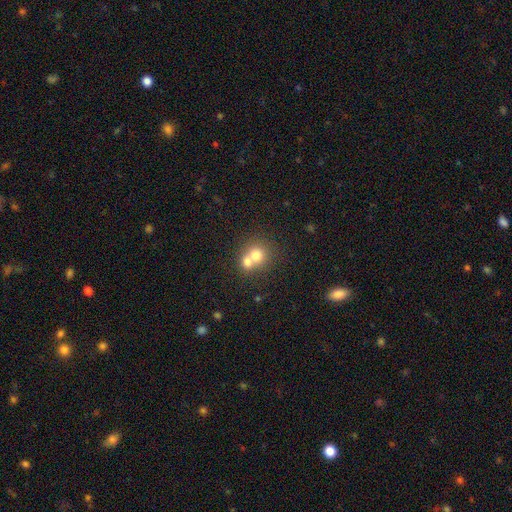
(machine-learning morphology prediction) Smooth or featured? Predicted: smooth (p=0.71). How rounded? Predicted: round (p=0.80). Merging? Predicted: merger (p=0.61).